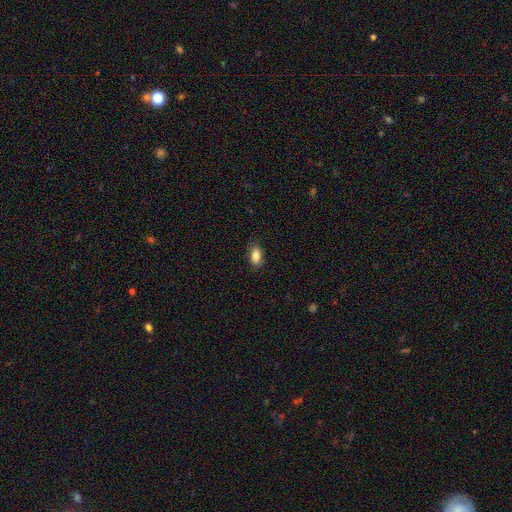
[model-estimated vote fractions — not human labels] A smooth galaxy with no disk features (86%) that is in between round and cigar-shaped (90%). Merging: none (83%).